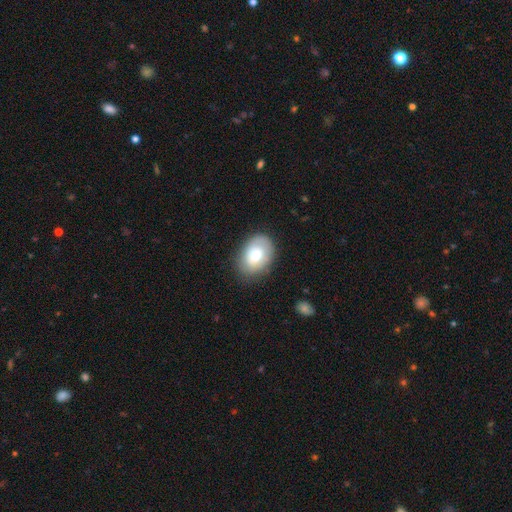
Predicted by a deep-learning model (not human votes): The model was most divided on "how rounded": in between: 72%, round: 27%, cigar-shaped: 1%. More confident: merging — none (80%); smooth or featured — smooth (70%).